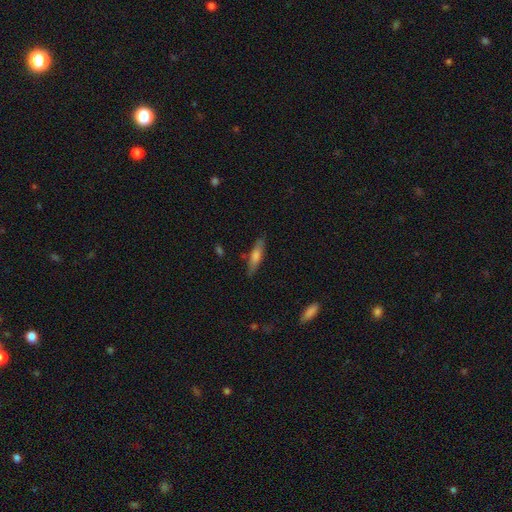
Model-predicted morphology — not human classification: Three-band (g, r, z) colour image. It shows a smooth galaxy with no disk features (62%) that is cigar-shaped (76%). Merging: none (82%).